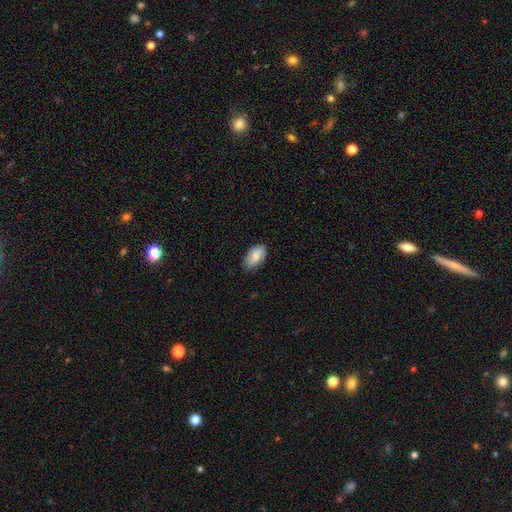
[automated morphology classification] A smooth galaxy with no disk features (80%) that is in between round and cigar-shaped (94%). Merging: none (81%).